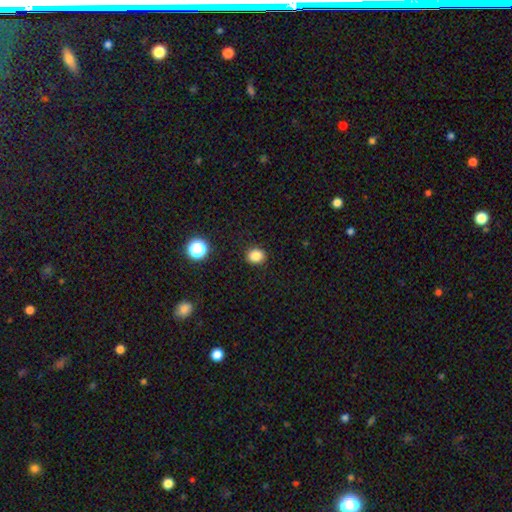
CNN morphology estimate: Smooth or featured: smooth — 84% (star or artifact — 12%)
How rounded: round — 67% (in between — 32%)
Merging: none — 90% (minor disturbance — 7%)